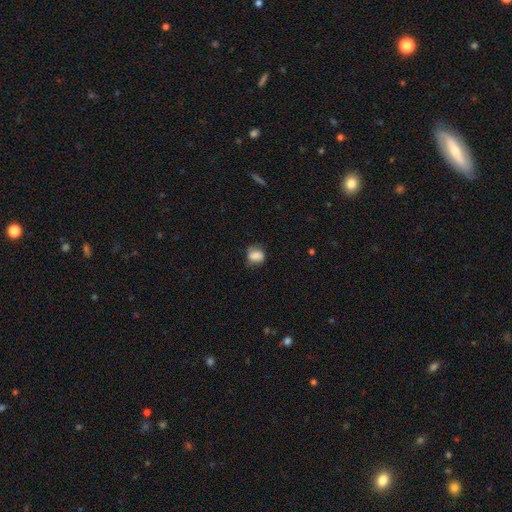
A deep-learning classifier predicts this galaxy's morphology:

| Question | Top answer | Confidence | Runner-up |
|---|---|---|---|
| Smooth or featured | smooth | 81% | featured or disk (10%) |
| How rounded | in between | 50% | round (48%) |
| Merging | none | 61% | minor disturbance (28%) |